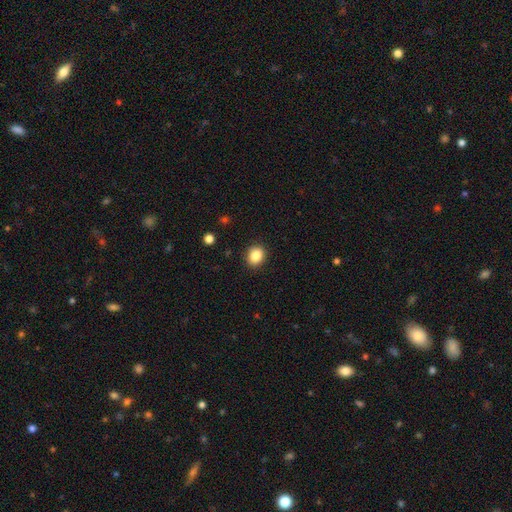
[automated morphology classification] Smooth or featured?
  - smooth: 86% *
  - star or artifact: 9%
  - featured or disk: 4%
How rounded?
  - round: 60% *
  - in between: 39%
  - cigar-shaped: 1%
Merging?
  - none: 89% *
  - minor disturbance: 8%
  - major disturbance: 2%
  - merger: 1%